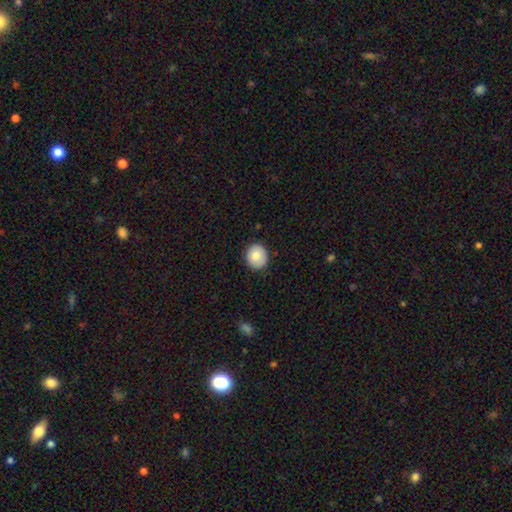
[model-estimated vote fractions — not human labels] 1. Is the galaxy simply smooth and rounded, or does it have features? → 78% smooth, 14% featured or disk, 8% star or artifact.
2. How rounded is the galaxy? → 76% round, 23% in between, 1% cigar-shaped.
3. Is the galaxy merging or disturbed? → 87% none, 10% minor disturbance, 2% major disturbance, 1% merger.